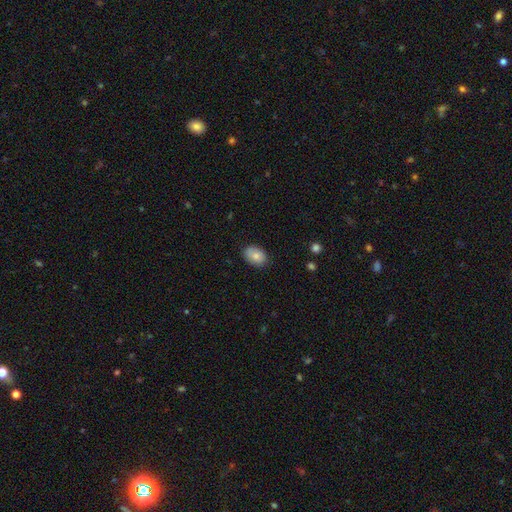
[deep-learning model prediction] A smooth galaxy with no disk features (80%) that is in between round and cigar-shaped (81%).

Vote fractions:
- Smooth or featured? smooth: 80% / featured or disk: 12% / star or artifact: 7%
- How rounded? in between: 81% / round: 18% / cigar-shaped: 1%
- Merging? none: 81% / minor disturbance: 15% / major disturbance: 3% / merger: 1%